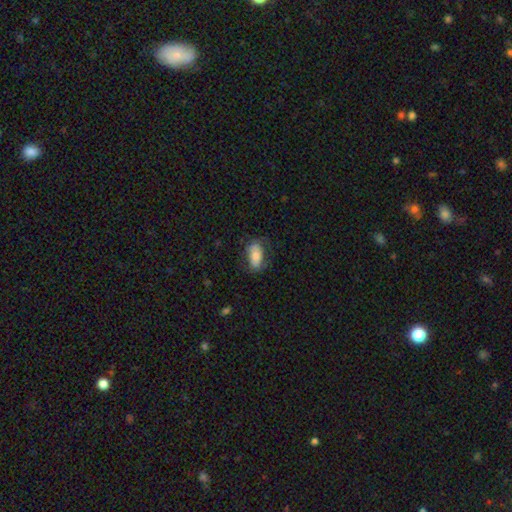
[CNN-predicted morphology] This is likely a smooth galaxy (68%). How rounded: clearly in between (90%). Merging: likely none (66%).